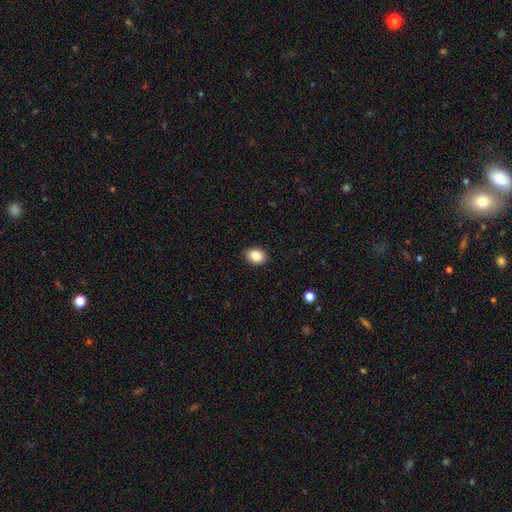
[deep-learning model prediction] Smooth or featured?
  - smooth: 87% *
  - star or artifact: 8%
  - featured or disk: 5%
How rounded?
  - in between: 64% *
  - round: 35%
  - cigar-shaped: 1%
Merging?
  - none: 87% *
  - minor disturbance: 10%
  - major disturbance: 2%
  - merger: 1%